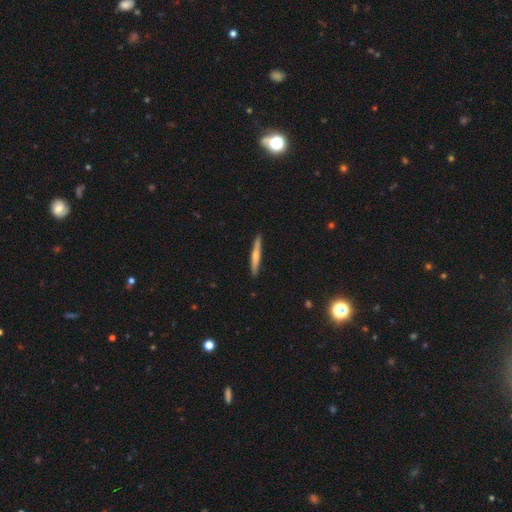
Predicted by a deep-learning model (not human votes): Morphology: type=smooth (54%); roundness=cigar-shaped (95%); merging=none (91%).